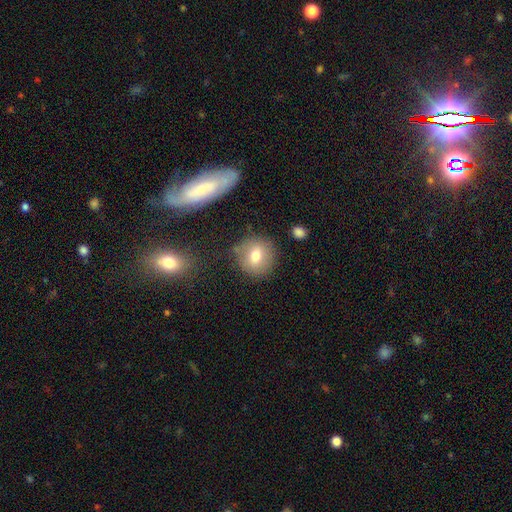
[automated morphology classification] smooth-or-featured: smooth: 73% | featured or disk: 17% | star or artifact: 10%
  how-rounded: round: 86% | in between: 13% | cigar-shaped: 1%
  merging: none: 79% | minor disturbance: 14% | major disturbance: 4% | merger: 4%